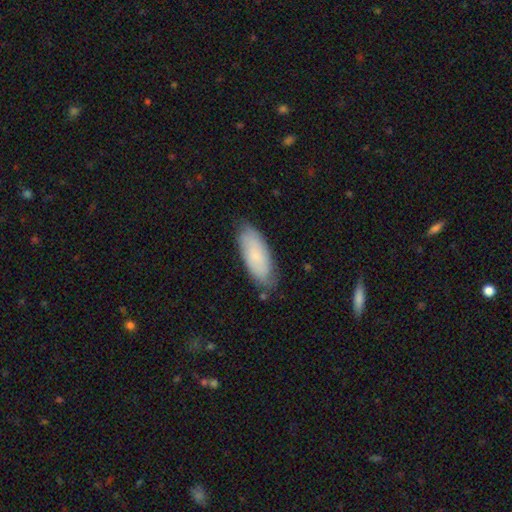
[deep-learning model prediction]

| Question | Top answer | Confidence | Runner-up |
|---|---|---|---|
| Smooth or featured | smooth | 69% | featured or disk (24%) |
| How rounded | in between | 78% | cigar-shaped (20%) |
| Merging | none | 76% | minor disturbance (19%) |